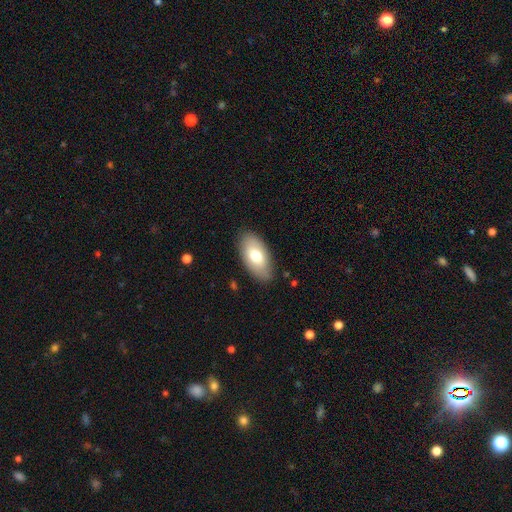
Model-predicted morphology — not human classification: Smooth or featured? smooth (72%)
How rounded? in between (93%)
Merging? none (84%)